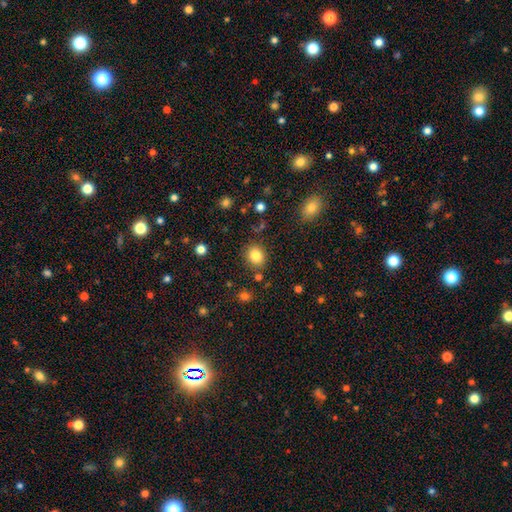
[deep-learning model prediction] A smooth galaxy with no disk features (83%) that is round (60%).

Vote fractions:
- Smooth or featured? smooth: 83% / star or artifact: 10% / featured or disk: 6%
- How rounded? round: 60% / in between: 39% / cigar-shaped: 1%
- Merging? none: 84% / minor disturbance: 9% / merger: 3% / major disturbance: 3%